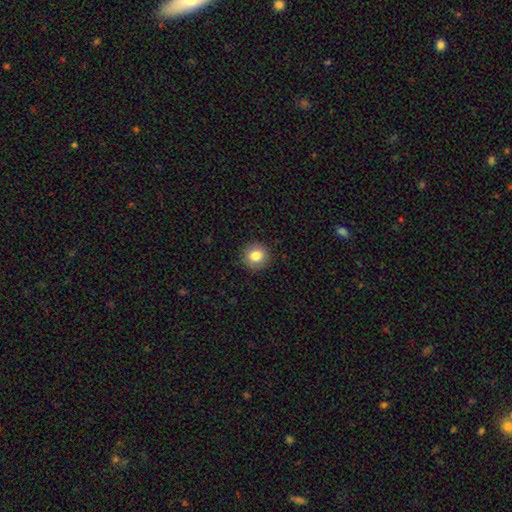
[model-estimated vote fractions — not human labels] Morphology: type=smooth (83%); roundness=round (92%); merging=none (91%).